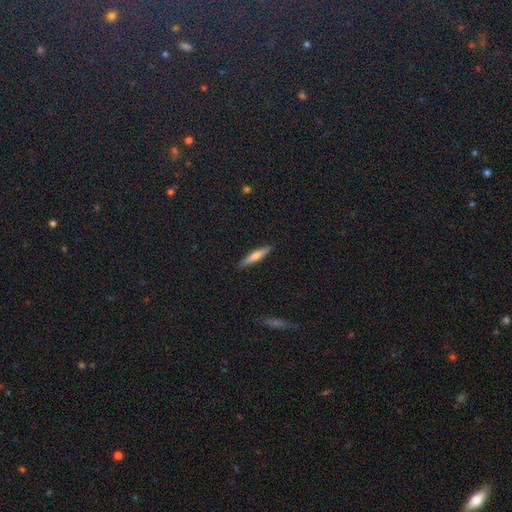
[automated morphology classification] Smooth or featured?
  - smooth: 58% *
  - featured or disk: 36%
  - star or artifact: 6%
How rounded?
  - cigar-shaped: 87% *
  - in between: 11%
  - round: 2%
Merging?
  - none: 90% *
  - minor disturbance: 7%
  - major disturbance: 2%
  - merger: 1%